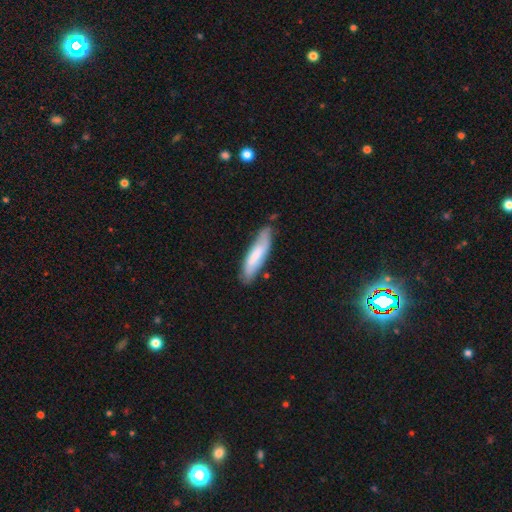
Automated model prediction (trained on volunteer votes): This appears to be a smooth galaxy with no disk features (68%) that is cigar-shaped (70%). Merging: none (70%).